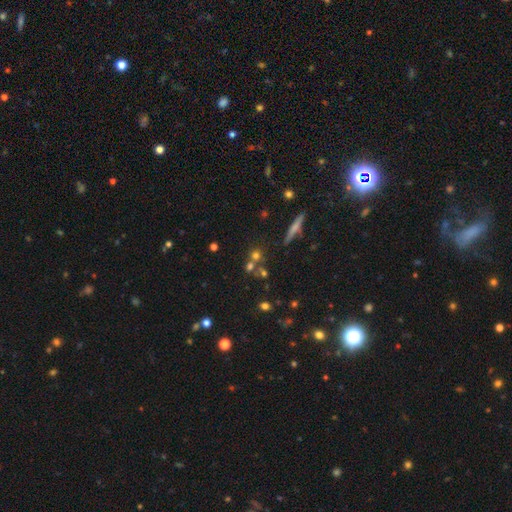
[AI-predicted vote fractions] Overall: smooth (56%; star or artifact 22%). How rounded: round (82%). Merging: none (51%; merger 37%).